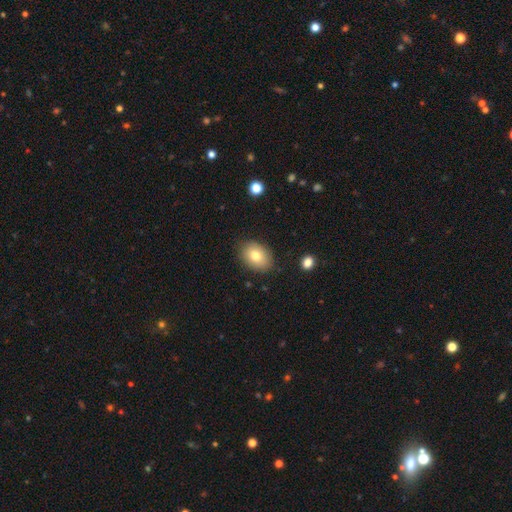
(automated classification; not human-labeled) Smooth or featured? smooth (79%)
How rounded? in between (75%)
Merging? none (85%)